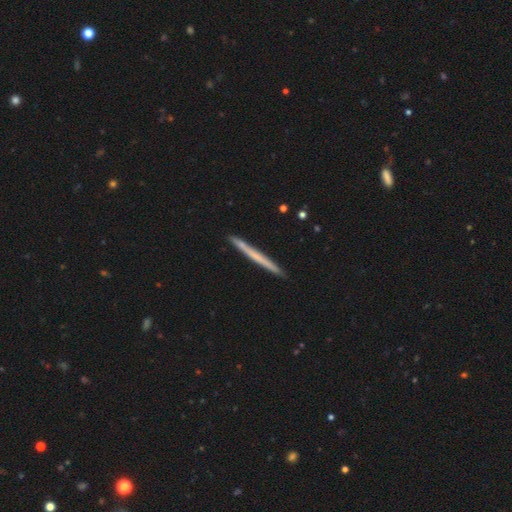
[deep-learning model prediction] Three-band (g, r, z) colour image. It shows a smooth galaxy with no disk features (51%) that is cigar-shaped (97%). Merging: none (91%).